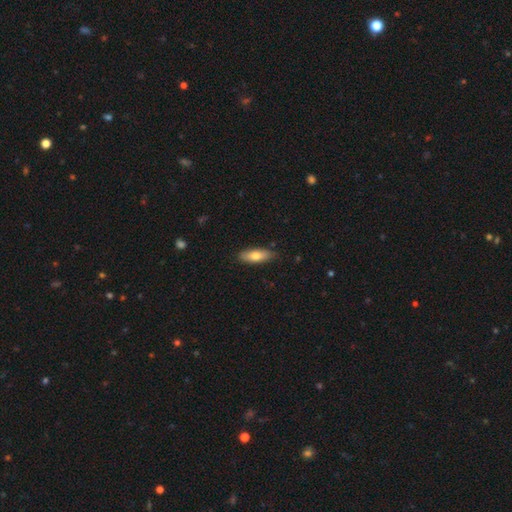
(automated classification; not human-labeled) This is likely a smooth galaxy (73%). How rounded: likely in between (64%). Merging: clearly none (85%).